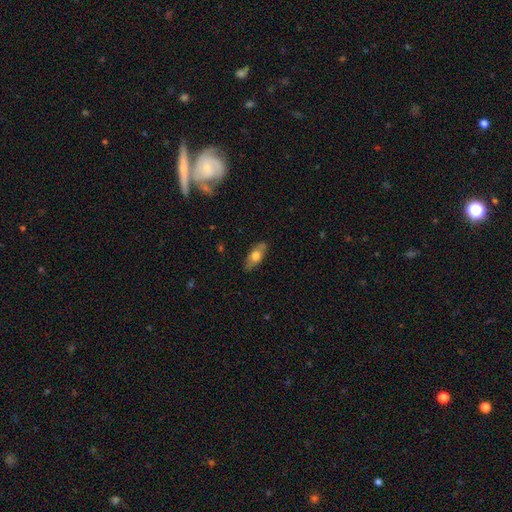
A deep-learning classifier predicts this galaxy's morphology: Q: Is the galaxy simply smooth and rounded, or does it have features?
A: smooth — 63%.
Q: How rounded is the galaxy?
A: in between — 79%.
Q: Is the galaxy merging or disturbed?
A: none — 84%.